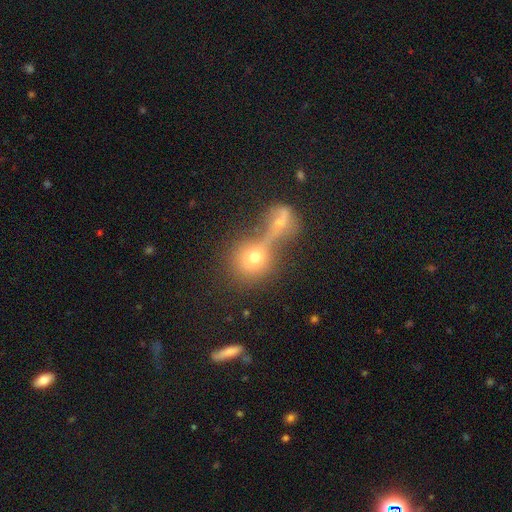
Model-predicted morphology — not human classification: smooth 60%, featured or disk 21%, star or artifact 20%. Down the decision tree: how rounded — round (82%); merging — merger (56%).